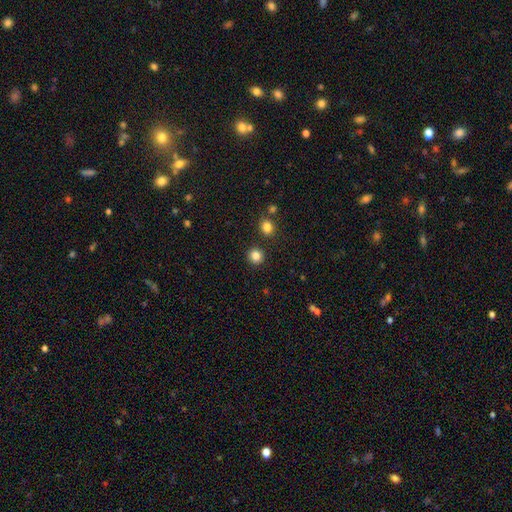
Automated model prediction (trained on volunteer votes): This appears to be a smooth galaxy with no disk features (84%) that is round (92%). Merging: none (89%).